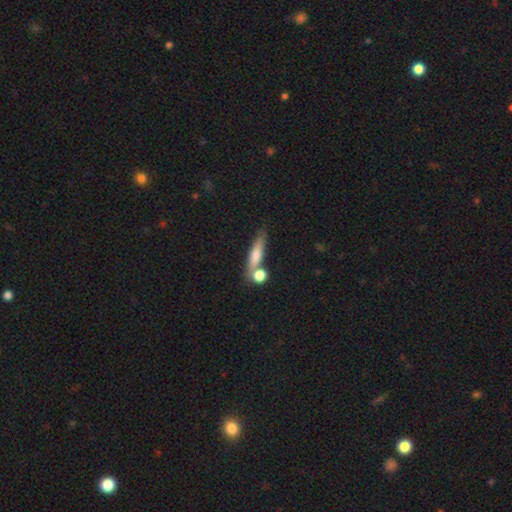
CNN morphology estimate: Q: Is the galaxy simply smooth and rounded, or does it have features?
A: smooth — 64%.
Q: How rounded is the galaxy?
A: cigar-shaped — 69%.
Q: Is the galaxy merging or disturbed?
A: none — 61%.